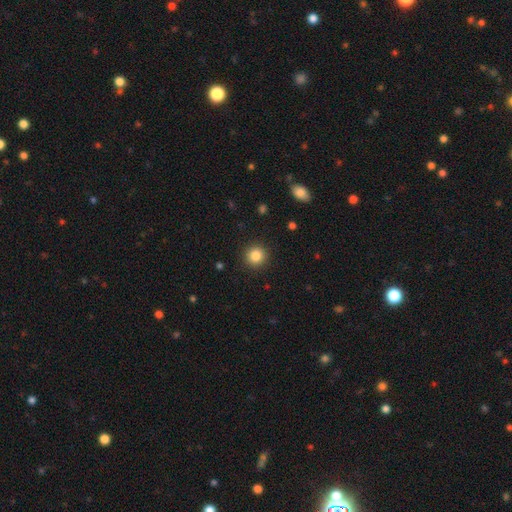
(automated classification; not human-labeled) Q: Smooth or featured?
A: smooth (85%); runner-up: star or artifact (11%)
Q: How rounded?
A: round (94%); runner-up: in between (5%)
Q: Merging?
A: none (92%); runner-up: minor disturbance (5%)